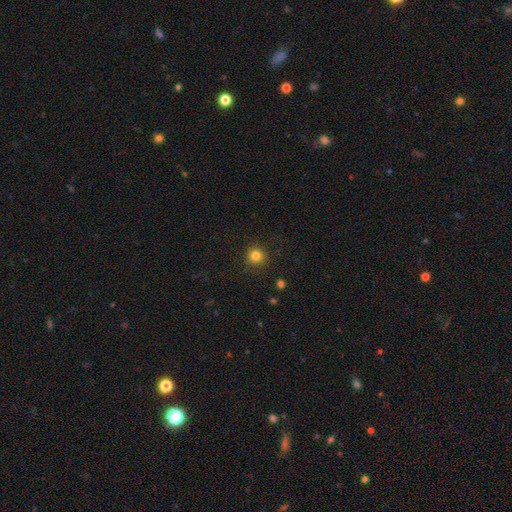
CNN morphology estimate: The model was most divided on "smooth or featured": smooth: 82%, star or artifact: 13%, featured or disk: 5%. More confident: how rounded — round (93%); merging — none (89%).